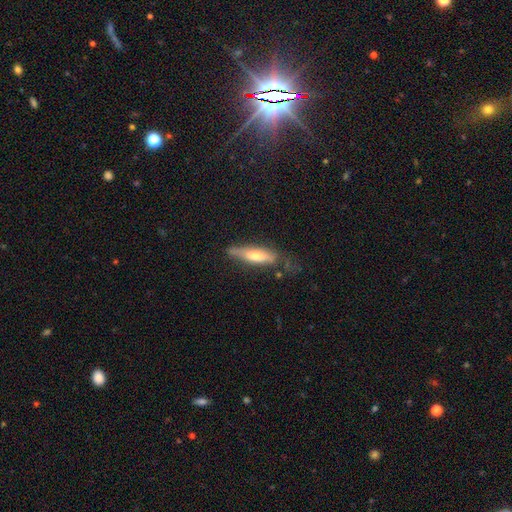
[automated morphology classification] Q: Smooth or featured?
A: smooth (51%); runner-up: featured or disk (43%)
Q: How rounded?
A: cigar-shaped (72%); runner-up: in between (26%)
Q: Merging?
A: none (62%); runner-up: minor disturbance (26%)